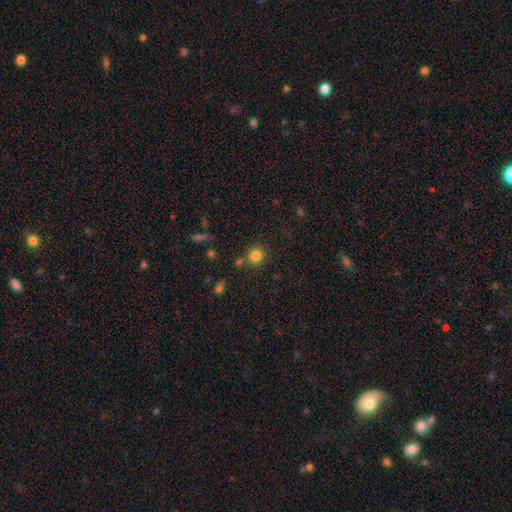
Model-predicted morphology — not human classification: type=smooth (82%); roundness=round (91%); merging=none (79%).